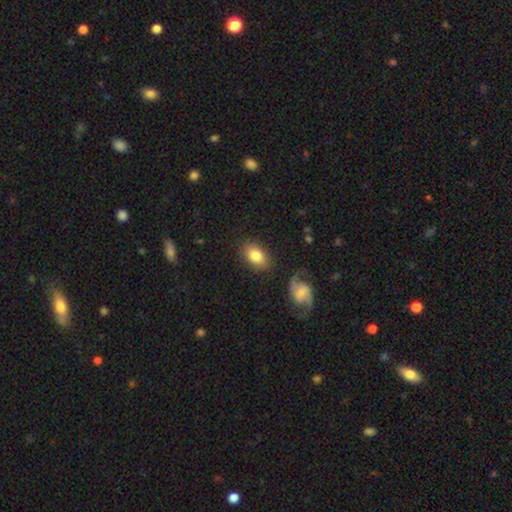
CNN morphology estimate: This is clearly a smooth galaxy (80%). How rounded: clearly in between (85%). Merging: clearly none (81%).